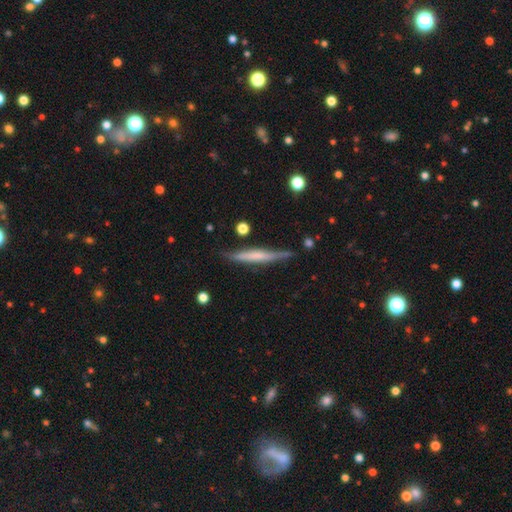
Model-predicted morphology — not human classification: Smooth or featured? Predicted: featured or disk (p=0.53). Edge-on disk? Predicted: yes (p=0.96). Edge-on bulge? Predicted: none (p=0.54). Merging? Predicted: none (p=0.80).